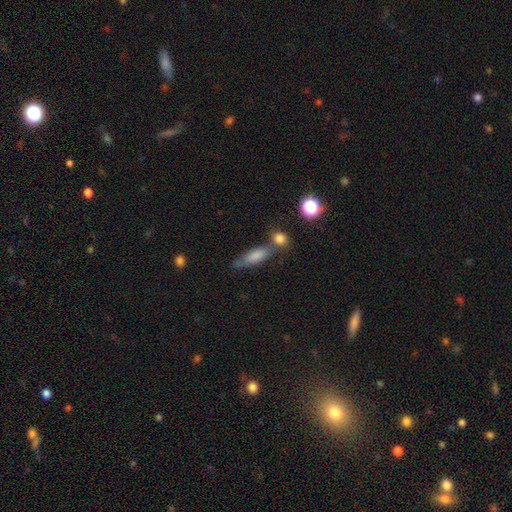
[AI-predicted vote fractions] Q: Smooth or featured?
A: smooth (77%); runner-up: featured or disk (15%)
Q: How rounded?
A: in between (58%); runner-up: cigar-shaped (38%)
Q: Merging?
A: none (46%); runner-up: merger (28%)